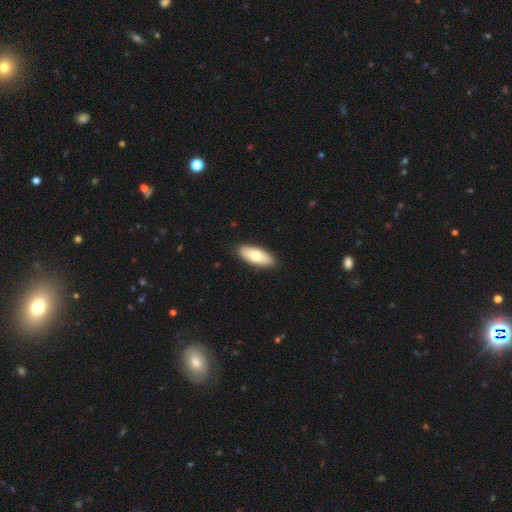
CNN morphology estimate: Smooth or featured? Predicted: smooth (p=0.74). How rounded? Predicted: in between (p=0.82). Merging? Predicted: none (p=0.89).